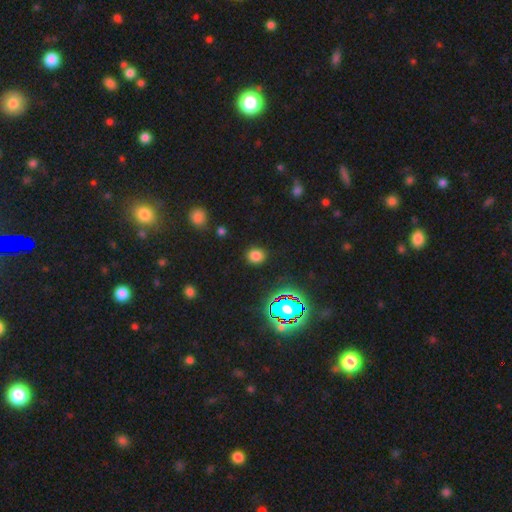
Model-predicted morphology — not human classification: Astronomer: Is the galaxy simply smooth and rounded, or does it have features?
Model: smooth — 74%.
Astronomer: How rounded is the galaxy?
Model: round — 79%.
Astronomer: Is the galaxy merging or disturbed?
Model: none — 88%.